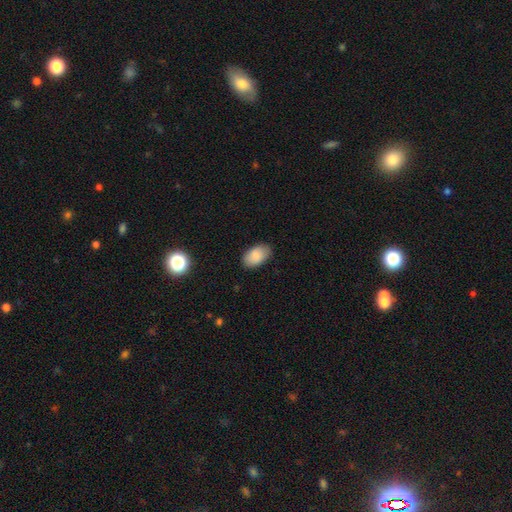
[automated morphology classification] A smooth galaxy with no disk features (86%) that is in between round and cigar-shaped (94%).

Vote fractions:
- Smooth or featured? smooth: 86% / star or artifact: 7% / featured or disk: 7%
- How rounded? in between: 94% / round: 5% / cigar-shaped: 1%
- Merging? none: 86% / minor disturbance: 11% / major disturbance: 2% / merger: 1%